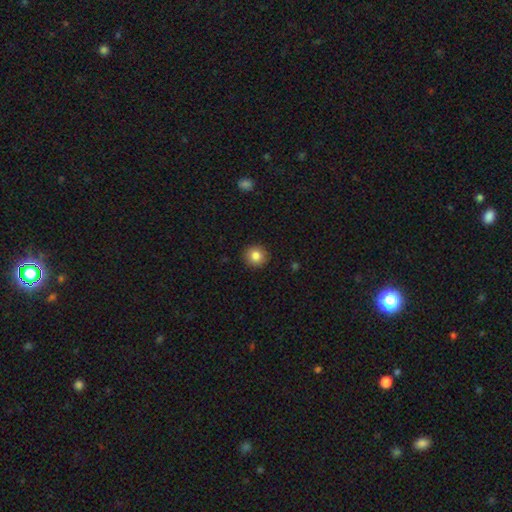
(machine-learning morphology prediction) A smooth galaxy with no disk features (84%) that is round (92%). Merging: none (91%).